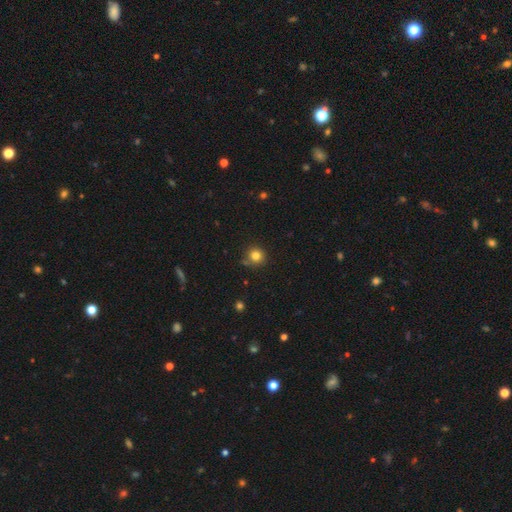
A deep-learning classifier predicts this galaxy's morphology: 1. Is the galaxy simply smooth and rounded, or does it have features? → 81% smooth, 13% star or artifact, 6% featured or disk.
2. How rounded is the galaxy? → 92% round, 7% in between, 1% cigar-shaped.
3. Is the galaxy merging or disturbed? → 80% none, 12% minor disturbance, 5% merger, 3% major disturbance.